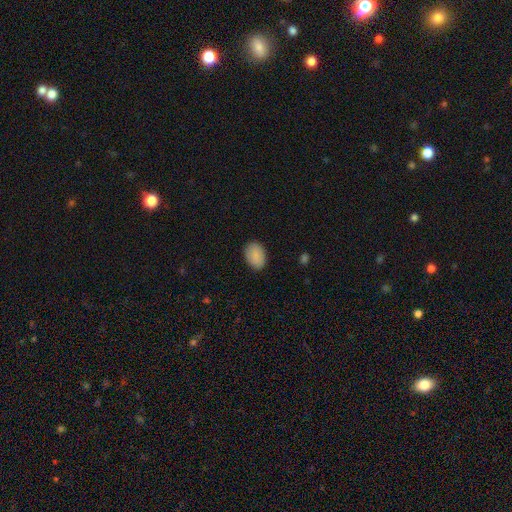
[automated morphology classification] smooth_or_featured: smooth (p=0.89) [alt: star or artifact p=0.07]
how_rounded: in between (p=0.84) [alt: round p=0.15]
merging: none (p=0.88) [alt: minor disturbance p=0.09]